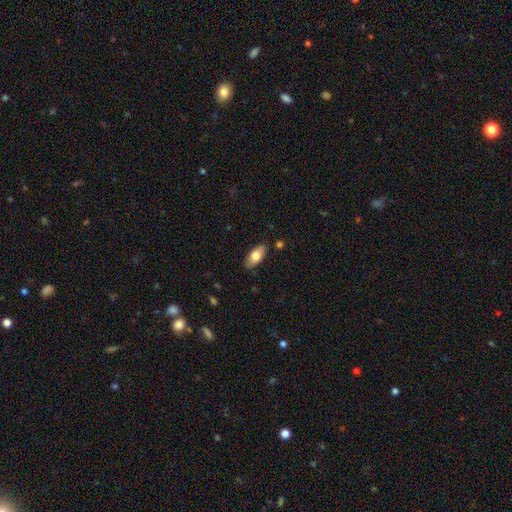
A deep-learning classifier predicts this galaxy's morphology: Smooth or featured: smooth — 74% (featured or disk — 20%)
How rounded: in between — 88% (cigar-shaped — 10%)
Merging: none — 85% (minor disturbance — 11%)